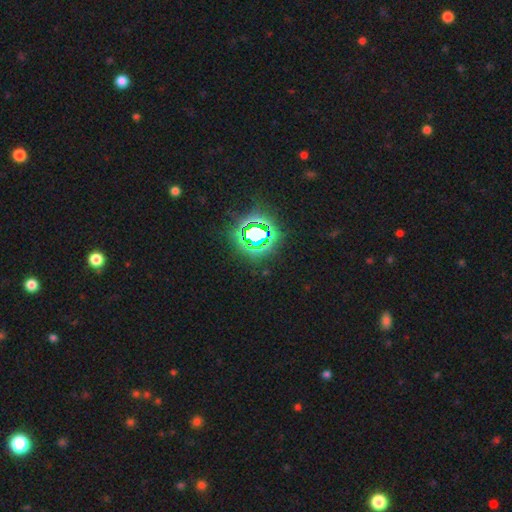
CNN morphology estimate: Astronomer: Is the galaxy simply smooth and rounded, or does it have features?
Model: star or artifact — 81%.